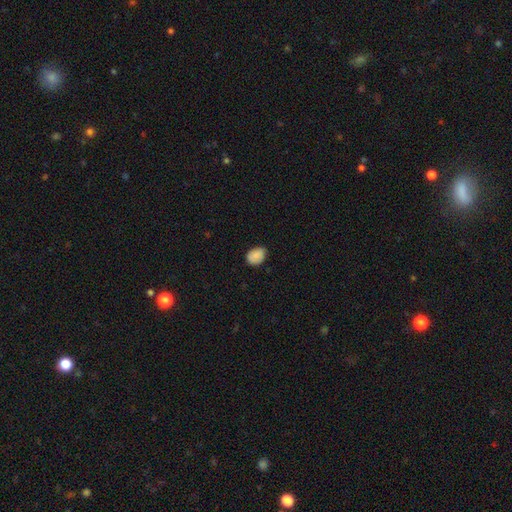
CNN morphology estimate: This appears to be a smooth galaxy with no disk features (87%) that is in between round and cigar-shaped (65%). Merging: none (71%).